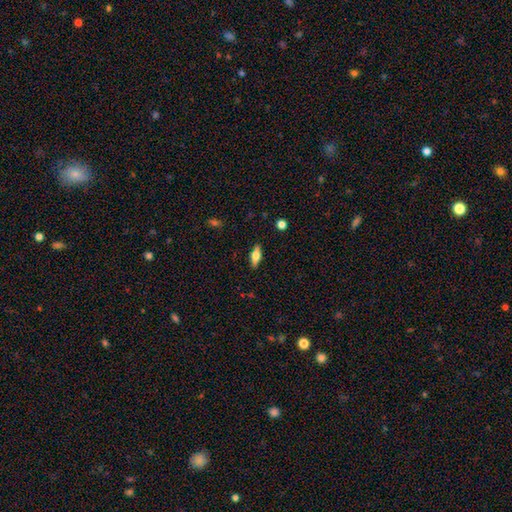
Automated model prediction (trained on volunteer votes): Smooth or featured? Predicted: smooth (p=0.55). How rounded? Predicted: in between (p=0.63). Merging? Predicted: none (p=0.88).